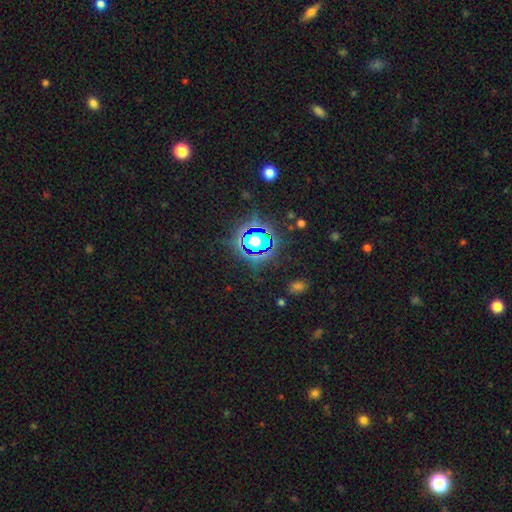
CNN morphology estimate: Q: Smooth or featured?
A: star or artifact (75%); runner-up: smooth (17%)